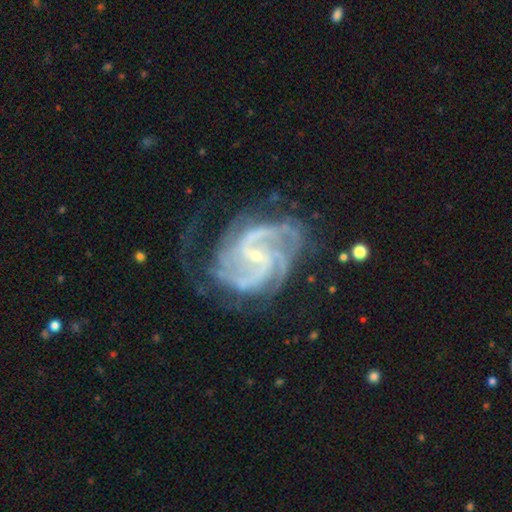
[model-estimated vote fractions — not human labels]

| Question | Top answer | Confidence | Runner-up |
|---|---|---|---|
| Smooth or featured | featured or disk | 92% | star or artifact (5%) |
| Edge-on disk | no | 98% | yes (2%) |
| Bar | weak | 48% | no (28%) |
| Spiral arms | yes | 98% | no (2%) |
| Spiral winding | medium | 51% | tight (37%) |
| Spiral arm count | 2 | 33% | 3 (26%) |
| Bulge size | small | 81% | moderate (14%) |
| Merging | none | 58% | minor disturbance (22%) |